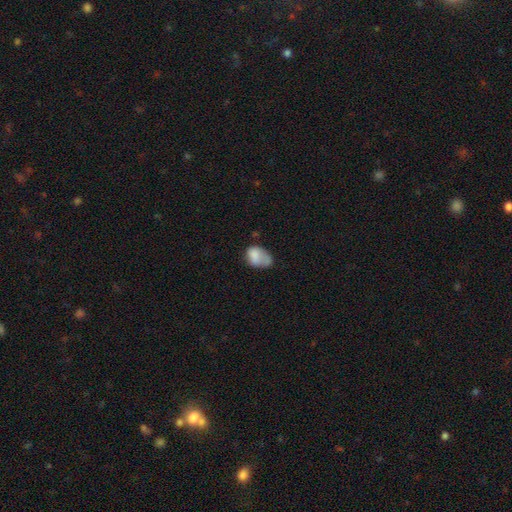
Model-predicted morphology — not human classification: The model was most divided on "merging": minor disturbance: 34%, none: 29%, major disturbance: 23%, merger: 14%. More confident: how rounded — in between (79%); smooth or featured — smooth (75%).